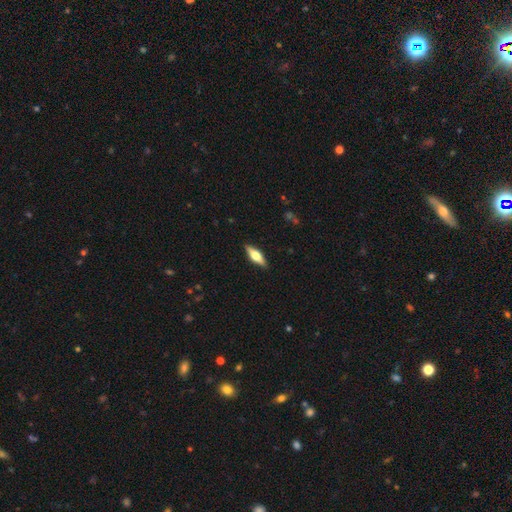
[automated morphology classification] featured or disk 49%, smooth 46%, star or artifact 6%. Down the decision tree: merging — none (89%).